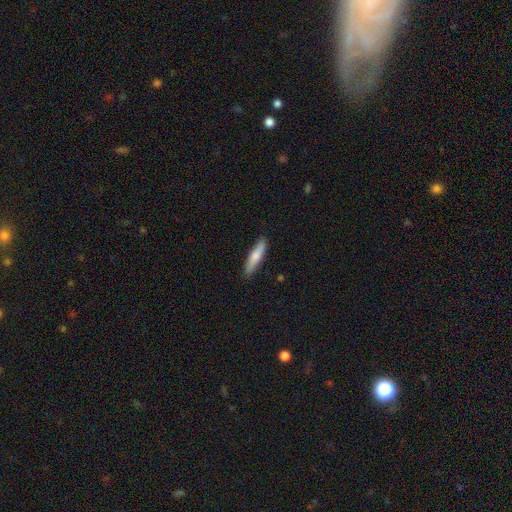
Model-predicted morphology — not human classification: smooth 69%, featured or disk 26%, star or artifact 5%. Down the decision tree: how rounded — cigar-shaped (82%); merging — none (88%).